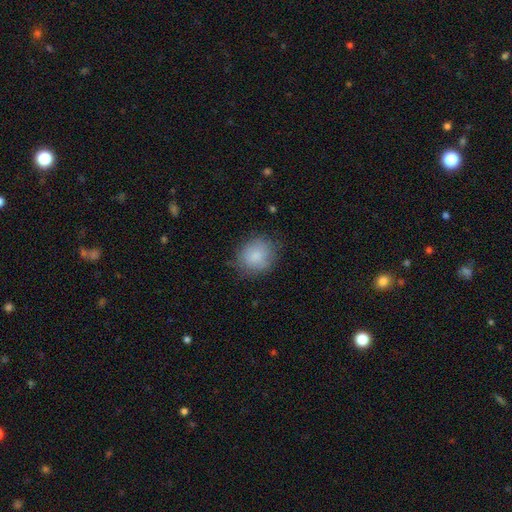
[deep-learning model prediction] Smooth or featured?
  - smooth: 83% *
  - featured or disk: 9%
  - star or artifact: 8%
How rounded?
  - round: 76% *
  - in between: 23%
  - cigar-shaped: 1%
Merging?
  - none: 74% *
  - minor disturbance: 20%
  - major disturbance: 5%
  - merger: 1%